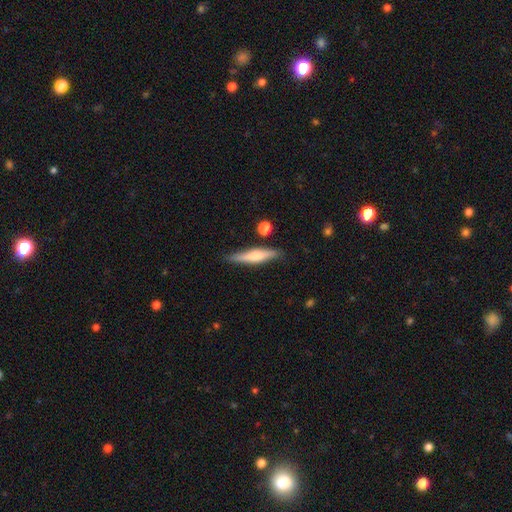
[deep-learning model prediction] smooth-or-featured: featured or disk: 51% | smooth: 43% | star or artifact: 6%
  disk-edge-on: yes: 94% | no: 6%
  merging: none: 84% | minor disturbance: 11% | merger: 3% | major disturbance: 2%